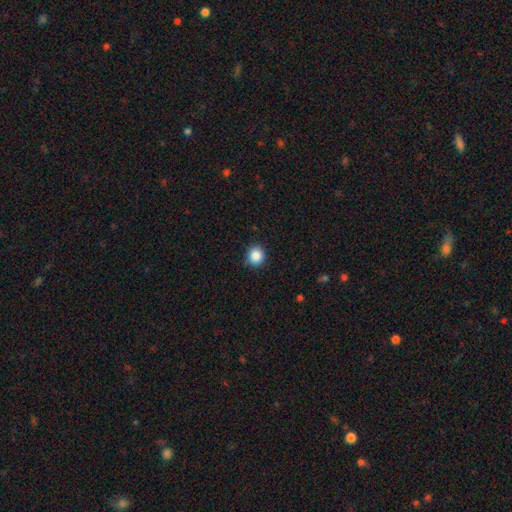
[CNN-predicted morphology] smooth 87%, star or artifact 10%, featured or disk 4%. Down the decision tree: how rounded — round (88%); merging — none (88%).